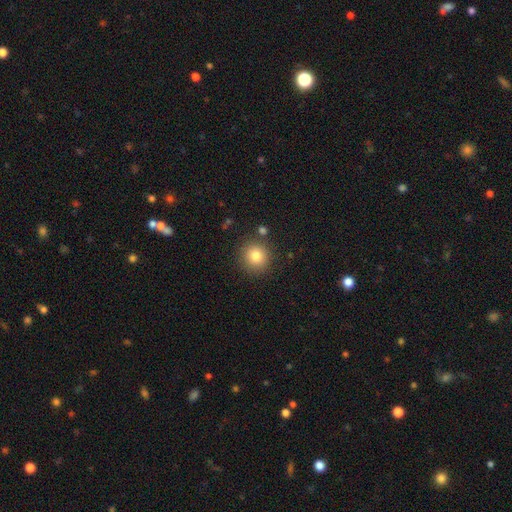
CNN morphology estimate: Q: Smooth or featured?
A: smooth (81%); runner-up: star or artifact (11%)
Q: How rounded?
A: round (93%); runner-up: in between (6%)
Q: Merging?
A: none (86%); runner-up: minor disturbance (8%)